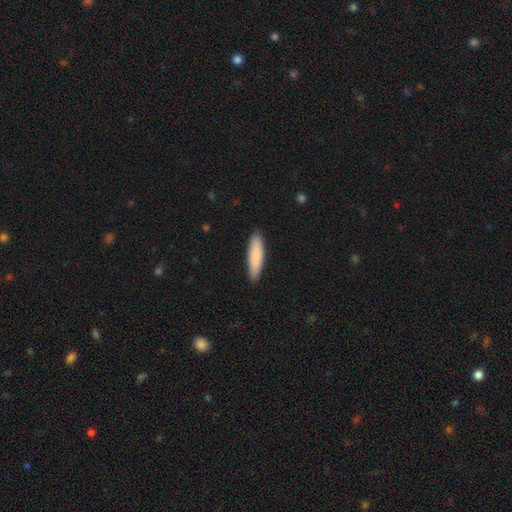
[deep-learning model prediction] Smooth or featured? Predicted: smooth (p=0.85). How rounded? Predicted: cigar-shaped (p=0.70). Merging? Predicted: none (p=0.88).